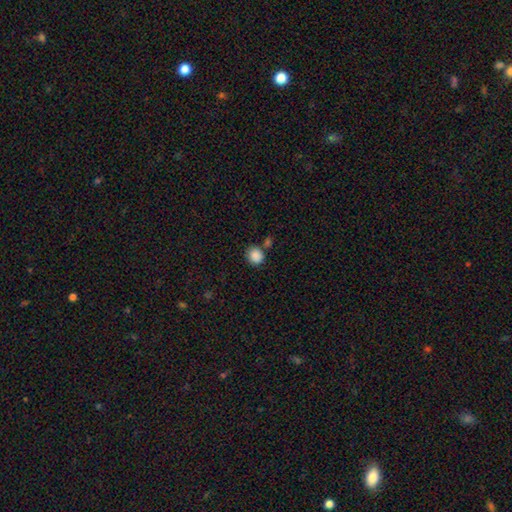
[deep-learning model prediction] A smooth galaxy with no disk features (87%) that is round (83%). Merging: none (71%).